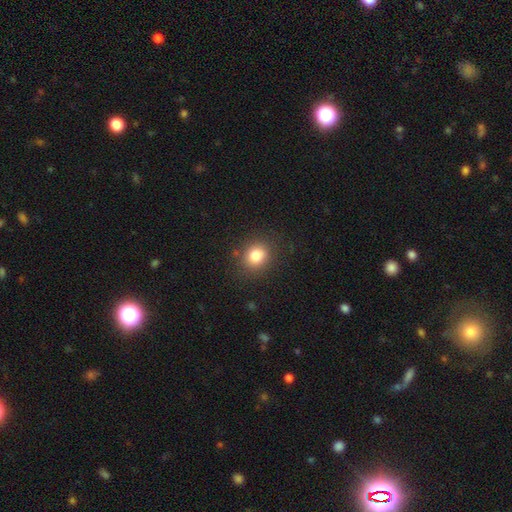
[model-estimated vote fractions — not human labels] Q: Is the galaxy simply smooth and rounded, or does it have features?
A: smooth — 81%.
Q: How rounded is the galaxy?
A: round — 75%.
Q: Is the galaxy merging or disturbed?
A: none — 86%.